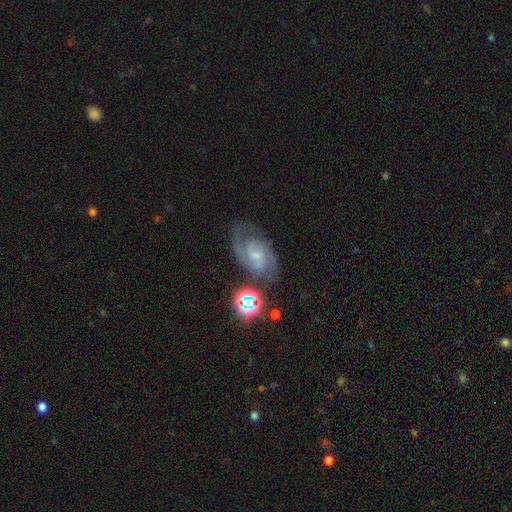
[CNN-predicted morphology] Smooth or featured? Predicted: featured or disk (p=0.79). Edge-on disk? Predicted: no (p=0.97). Bar? Predicted: weak (p=0.47). Spiral arms? Predicted: yes (p=0.97). Spiral winding? Predicted: medium (p=0.51). Spiral arm count? Predicted: 2 (p=0.81). Bulge size? Predicted: small (p=0.56). Merging? Predicted: none (p=0.69).